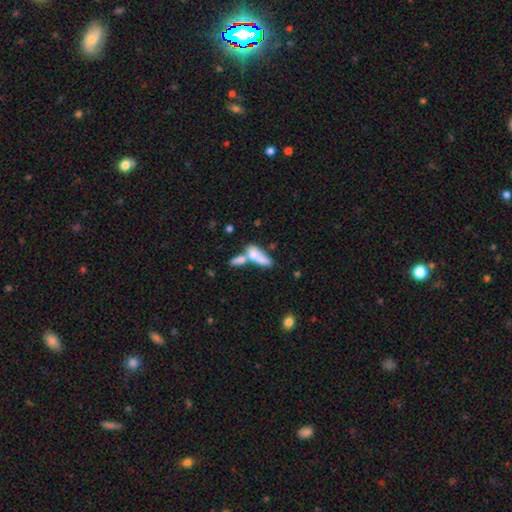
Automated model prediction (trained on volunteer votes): This appears to be a smooth galaxy with no disk features (68%) that is in between round and cigar-shaped (67%). Merging: merger (62%).